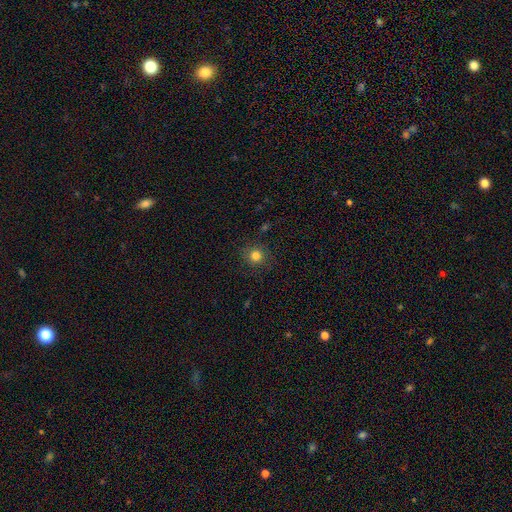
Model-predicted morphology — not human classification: Smooth or featured? smooth (80%)
How rounded? round (91%)
Merging? none (88%)